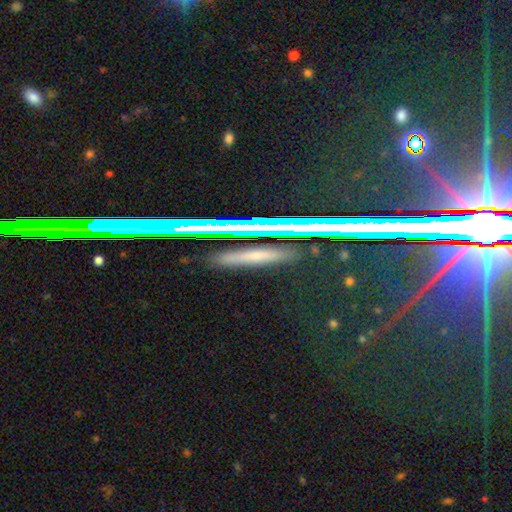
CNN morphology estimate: Smooth or featured?
  - star or artifact: 53% *
  - featured or disk: 23%
  - smooth: 23%